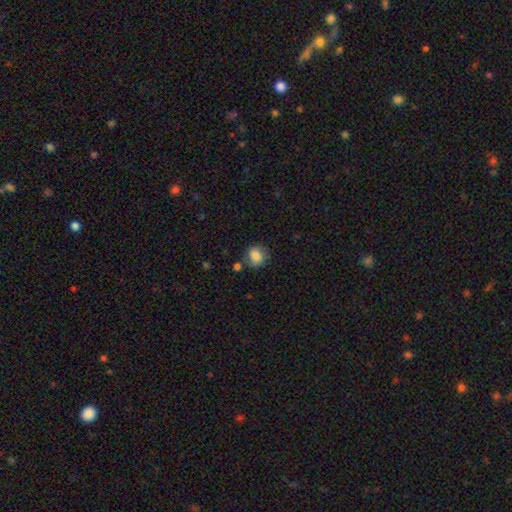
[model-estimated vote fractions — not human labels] This is likely a smooth galaxy (78%). How rounded: likely round (73%). Merging: likely none (68%).